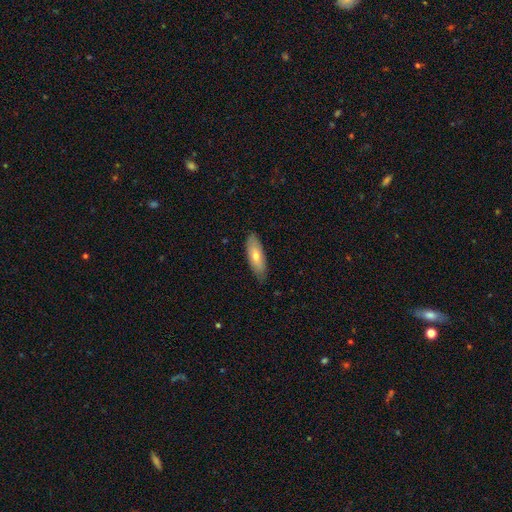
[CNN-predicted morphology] Smooth or featured? smooth (65%)
How rounded? in between (63%)
Merging? none (83%)